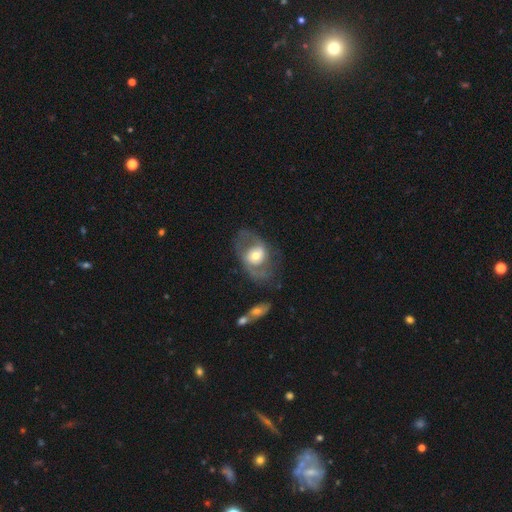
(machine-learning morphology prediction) This appears to be a featured or disk galaxy (66%) with no bar (63%), spiral arms (65%) and a moderate central bulge (64%). Merging: none (55%).